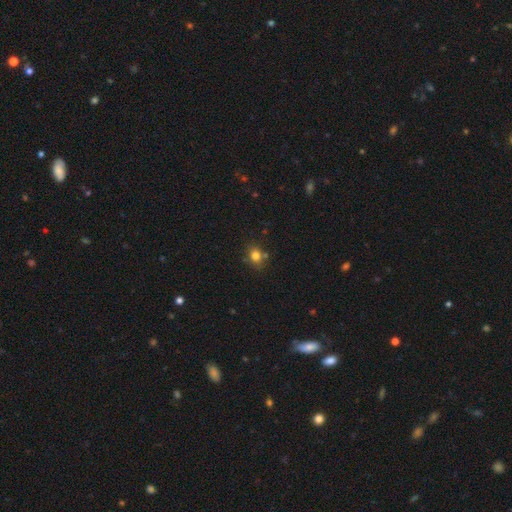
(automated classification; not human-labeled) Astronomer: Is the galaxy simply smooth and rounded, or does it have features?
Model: smooth — 78%.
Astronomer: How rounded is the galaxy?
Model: round — 65%.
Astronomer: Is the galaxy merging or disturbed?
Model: none — 71%.